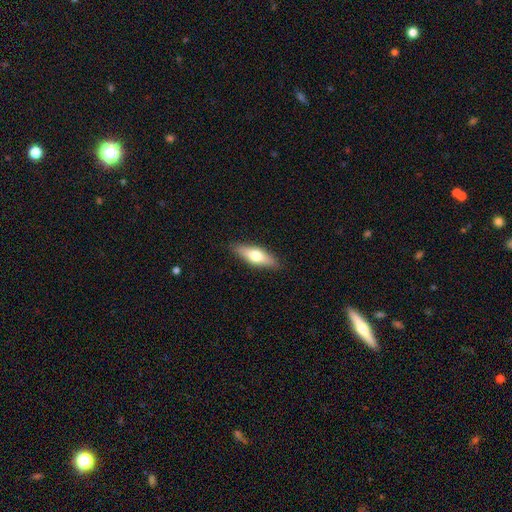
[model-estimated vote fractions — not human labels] smooth-or-featured: smooth: 57% | featured or disk: 36% | star or artifact: 6%
  how-rounded: in between: 52% | cigar-shaped: 45% | round: 3%
  merging: none: 88% | minor disturbance: 9% | major disturbance: 2% | merger: 1%